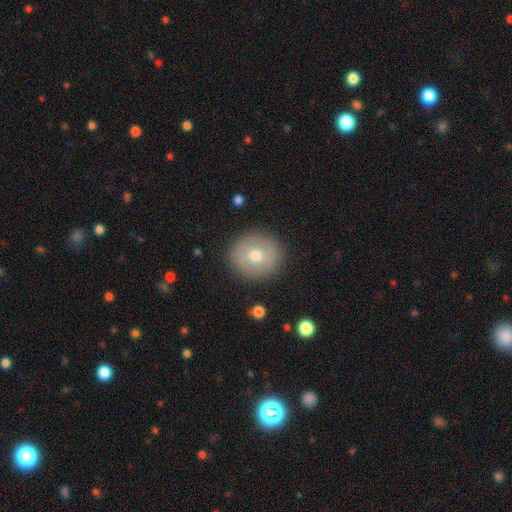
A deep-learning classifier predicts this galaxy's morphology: This is likely a smooth galaxy (67%). How rounded: clearly round (92%). Merging: clearly none (90%).